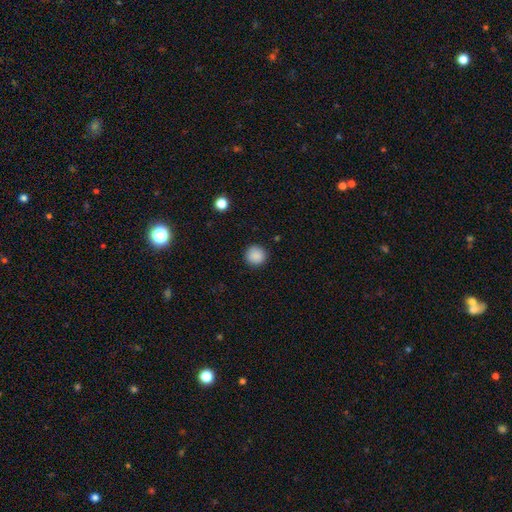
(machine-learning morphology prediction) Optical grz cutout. It shows a smooth galaxy with no disk features (88%) that is round (95%). Merging: none (91%).